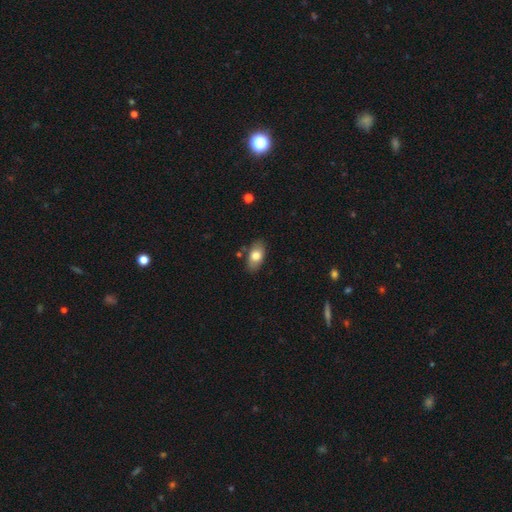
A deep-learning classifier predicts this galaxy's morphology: Smooth or featured? smooth (77%)
How rounded? in between (91%)
Merging? none (80%)